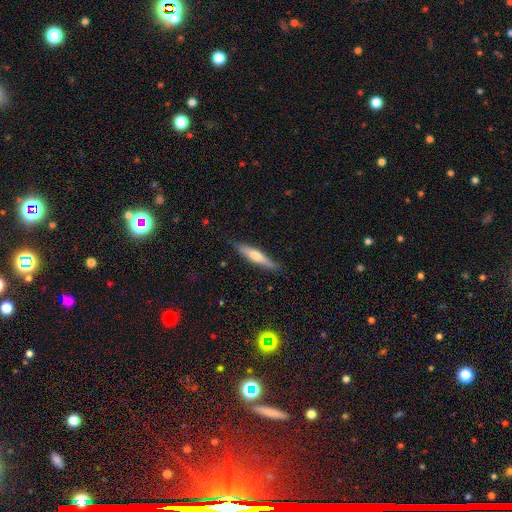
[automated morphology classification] Smooth or featured? Predicted: smooth (p=0.51). How rounded? Predicted: cigar-shaped (p=0.85). Merging? Predicted: none (p=0.86).